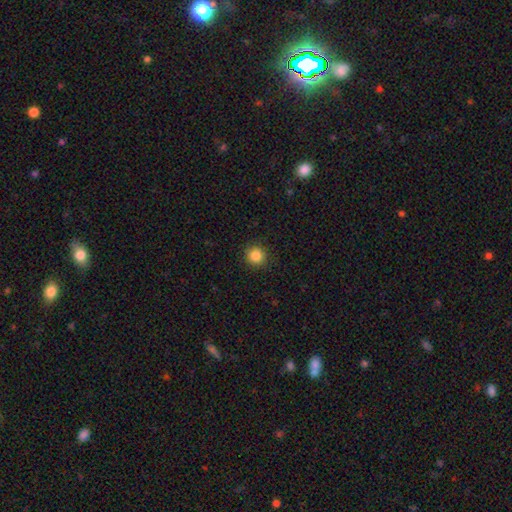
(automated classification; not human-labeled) This is clearly a smooth galaxy (86%). How rounded: clearly round (93%). Merging: clearly none (91%).